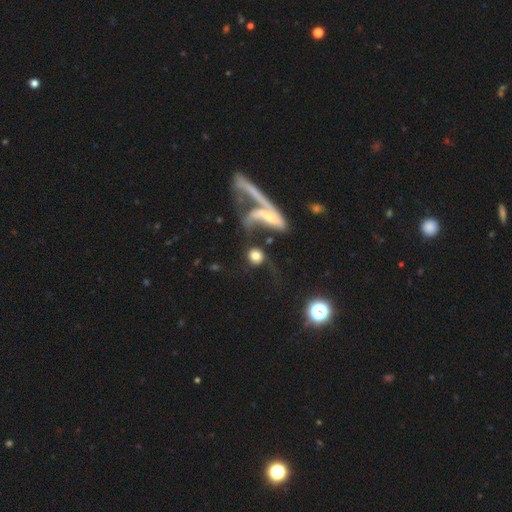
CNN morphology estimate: A smooth galaxy with no disk features (70%) that is round (80%). Merging: none (37%).